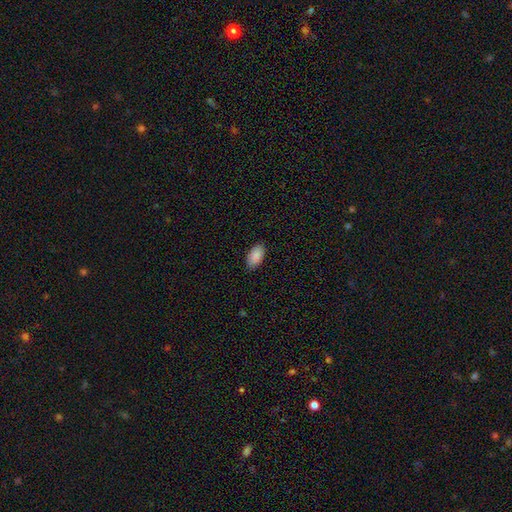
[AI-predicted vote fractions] This is clearly a smooth galaxy (90%). How rounded: clearly in between (95%). Merging: clearly none (86%).